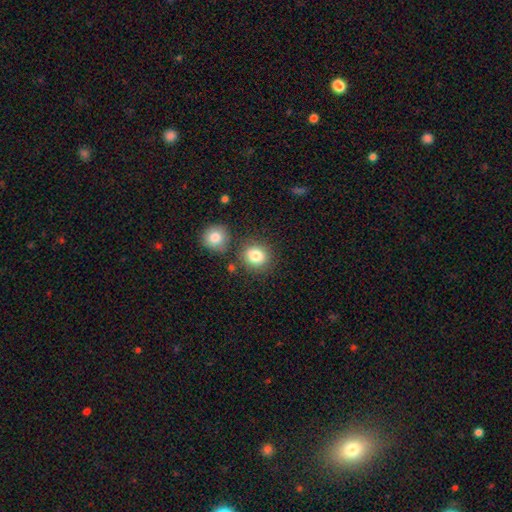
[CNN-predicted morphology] Smooth or featured?
  - smooth: 83% *
  - star or artifact: 10%
  - featured or disk: 7%
How rounded?
  - round: 84% *
  - in between: 15%
  - cigar-shaped: 1%
Merging?
  - none: 76% *
  - merger: 11%
  - minor disturbance: 10%
  - major disturbance: 4%